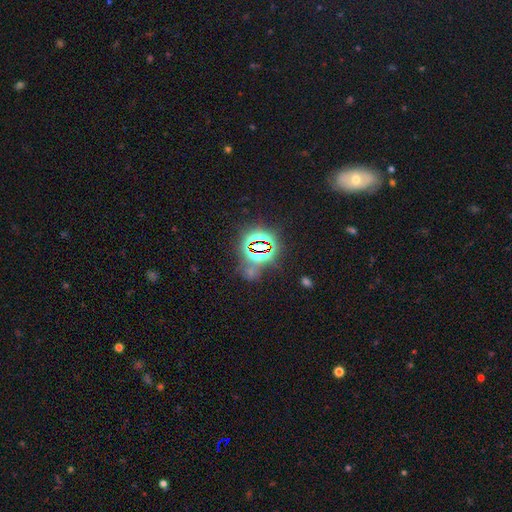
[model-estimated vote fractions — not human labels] Q: Smooth or featured?
A: star or artifact (76%); runner-up: smooth (13%)